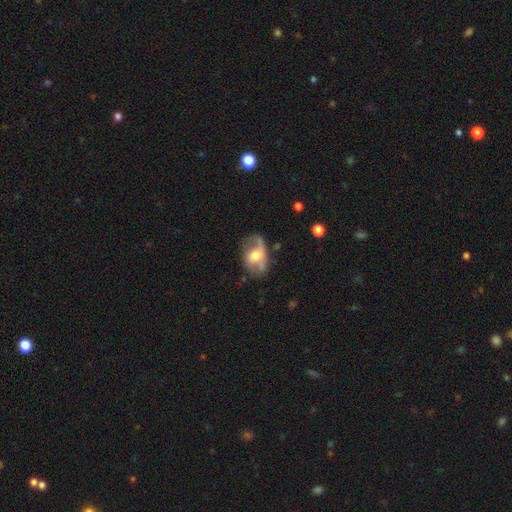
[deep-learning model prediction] This appears to be a featured or disk galaxy (55%) with no bar (66%), spiral arms (57%) and a moderate central bulge (62%). Merging: none (42%).